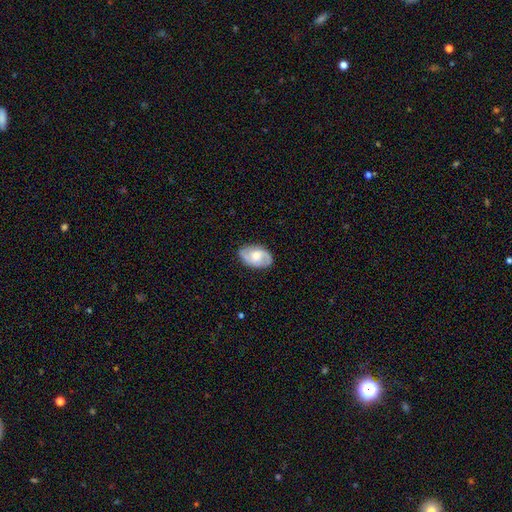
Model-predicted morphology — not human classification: The model was most divided on "spiral winding": medium: 47%, tight: 31%, loose: 22%. More confident: edge-on disk — no (96%); spiral arms — yes (89%); merging — none (81%); spiral arm count — 2 (80%); smooth or featured — featured or disk (66%); bar — no (62%); bulge size — moderate (57%).